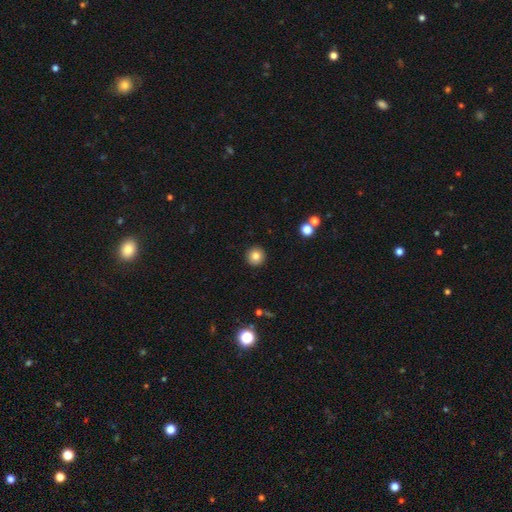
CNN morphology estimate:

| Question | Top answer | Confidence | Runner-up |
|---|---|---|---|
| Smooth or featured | smooth | 81% | star or artifact (11%) |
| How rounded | round | 95% | in between (4%) |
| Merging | none | 93% | minor disturbance (4%) |